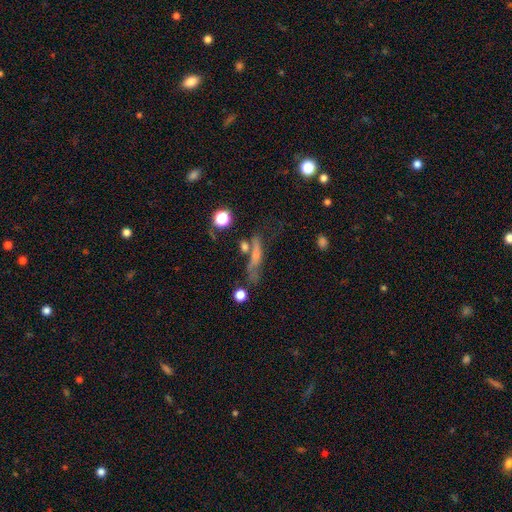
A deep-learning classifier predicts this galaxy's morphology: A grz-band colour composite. It shows a smooth galaxy with no disk features (47%). Merging: none (43%).